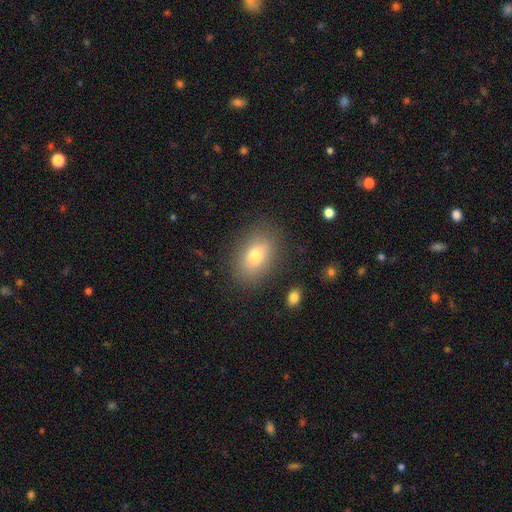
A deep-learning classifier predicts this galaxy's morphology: Smooth or featured: smooth — 72% (featured or disk — 17%)
How rounded: in between — 82% (round — 17%)
Merging: none — 83% (minor disturbance — 11%)